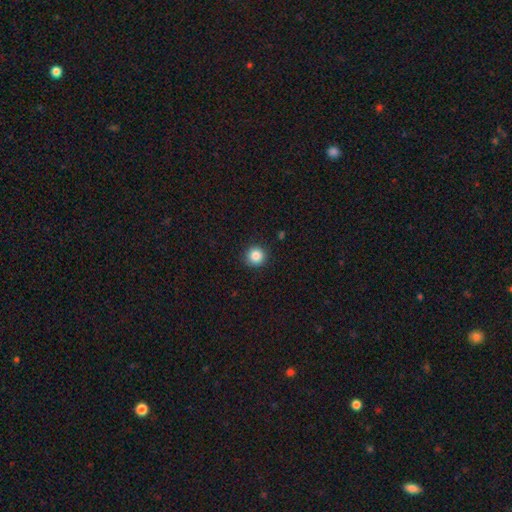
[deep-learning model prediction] smooth 86%, star or artifact 10%, featured or disk 4%. Down the decision tree: how rounded — round (94%); merging — none (90%).